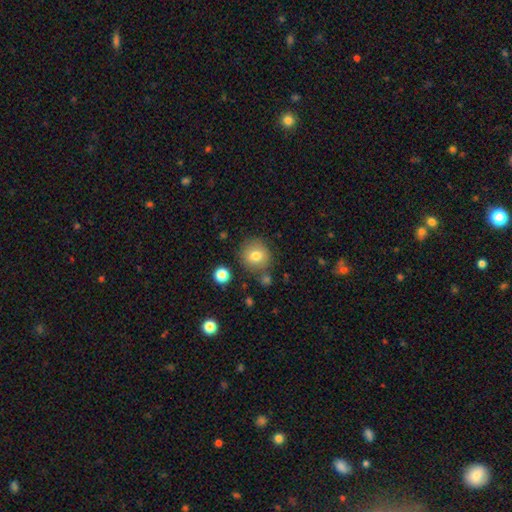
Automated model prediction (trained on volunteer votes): Overall: smooth (78%). How rounded: round (89%). Merging: none (79%).